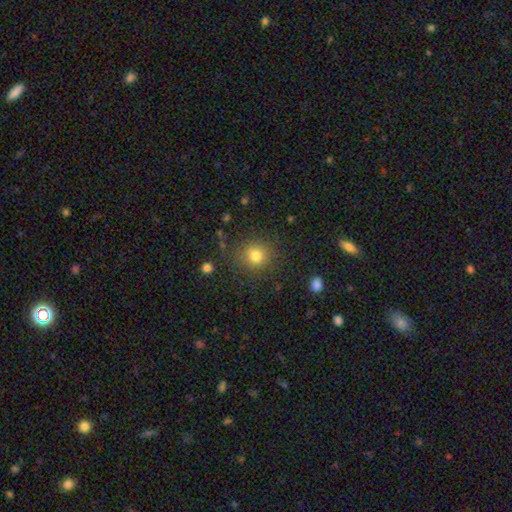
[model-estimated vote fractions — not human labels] Smooth or featured? smooth (79%)
How rounded? round (89%)
Merging? none (85%)